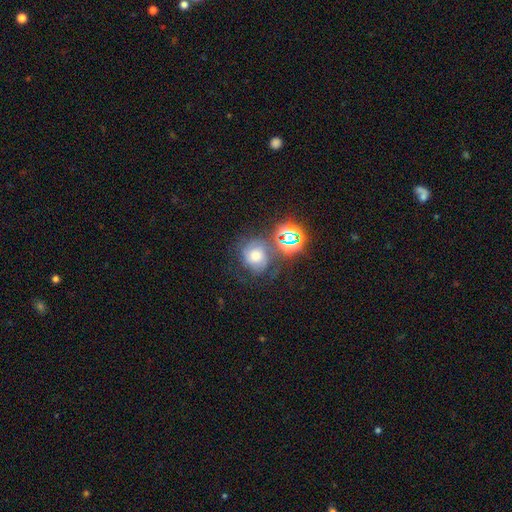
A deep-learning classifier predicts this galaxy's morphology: A featured or disk galaxy (40%).

Vote fractions:
- Smooth or featured? featured or disk: 40% / smooth: 36% / star or artifact: 24%
- Merging? none: 53% / minor disturbance: 20% / major disturbance: 15% / merger: 13%